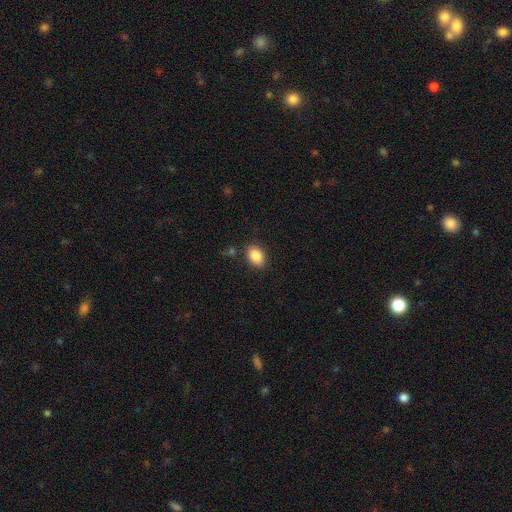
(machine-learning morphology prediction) type=smooth (88%); roundness=in between (80%); merging=none (84%).